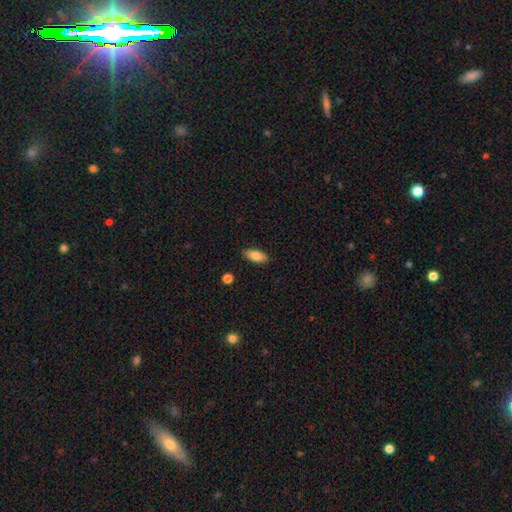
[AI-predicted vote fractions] This appears to be a smooth galaxy with no disk features (81%) that is in between round and cigar-shaped (86%). Merging: none (87%).